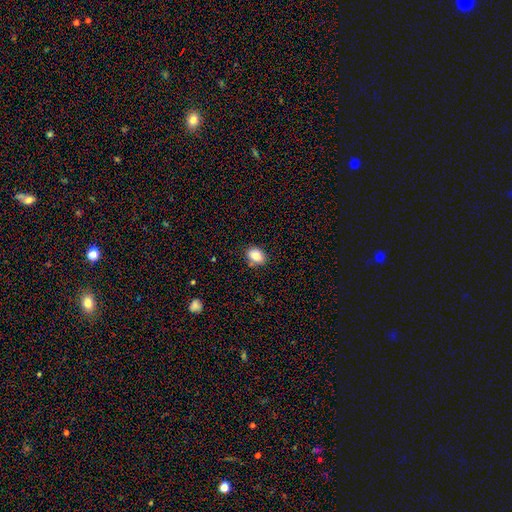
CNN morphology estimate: A smooth galaxy with no disk features (86%) that is in between round and cigar-shaped (68%).

Vote fractions:
- Smooth or featured? smooth: 86% / star or artifact: 9% / featured or disk: 5%
- How rounded? in between: 68% / round: 31% / cigar-shaped: 1%
- Merging? none: 79% / minor disturbance: 14% / merger: 4% / major disturbance: 3%